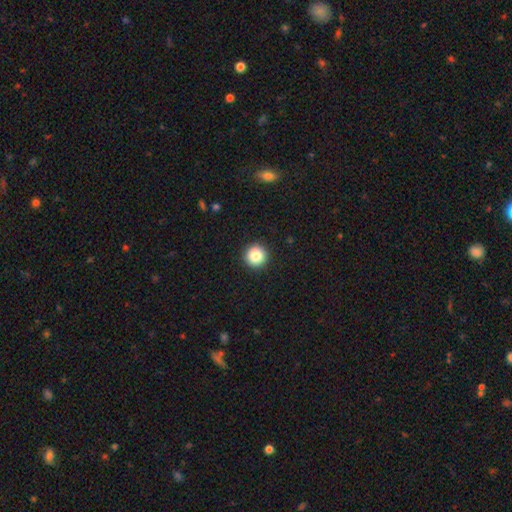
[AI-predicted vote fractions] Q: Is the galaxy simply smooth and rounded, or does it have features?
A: smooth — 86%.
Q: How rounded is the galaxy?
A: round — 96%.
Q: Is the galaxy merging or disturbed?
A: none — 93%.